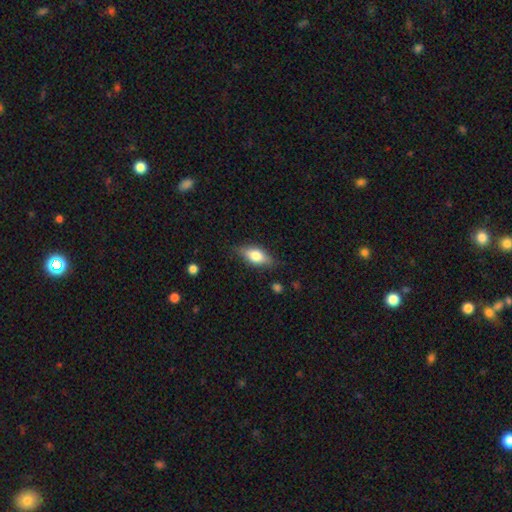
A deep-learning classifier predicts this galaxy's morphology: Overall: smooth (61%; featured or disk 31%). How rounded: in between (76%). Merging: none (81%).